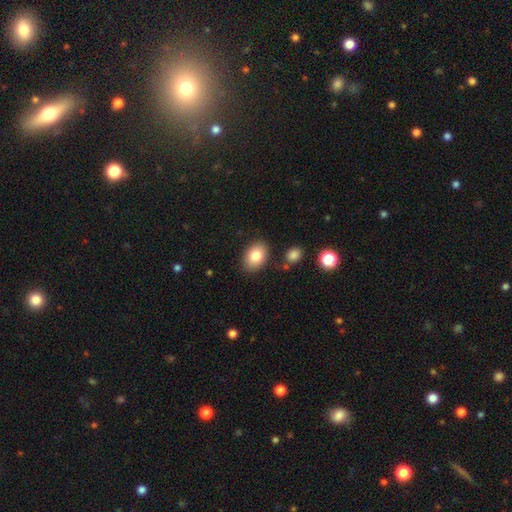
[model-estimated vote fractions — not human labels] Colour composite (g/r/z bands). It shows a smooth galaxy with no disk features (83%) that is in between round and cigar-shaped (81%). Merging: none (83%).